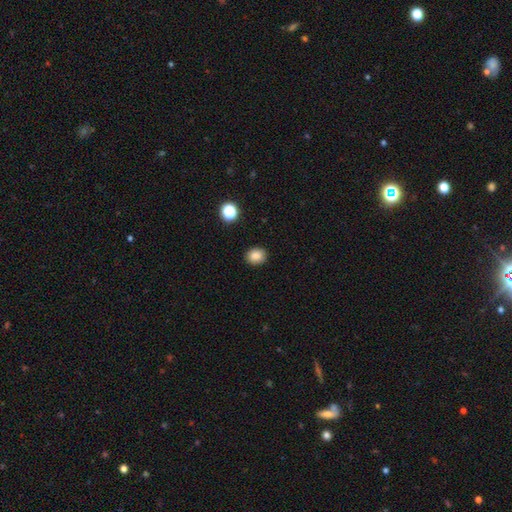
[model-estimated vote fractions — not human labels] This appears to be a smooth galaxy with no disk features (83%) that is round (64%). Merging: none (90%).